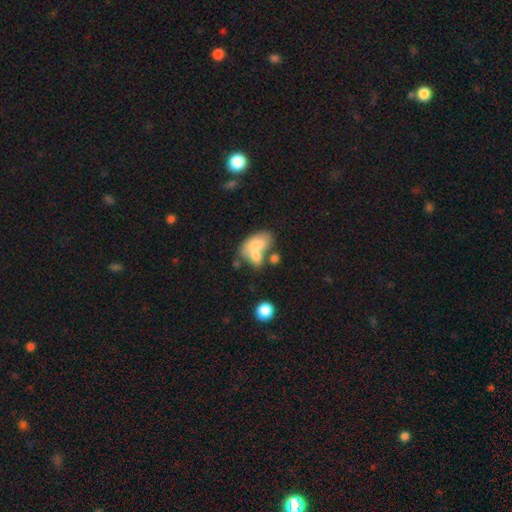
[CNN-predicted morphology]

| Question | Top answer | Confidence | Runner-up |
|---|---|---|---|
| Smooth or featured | smooth | 70% | featured or disk (22%) |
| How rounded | in between | 89% | round (9%) |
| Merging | merger | 54% | none (26%) |